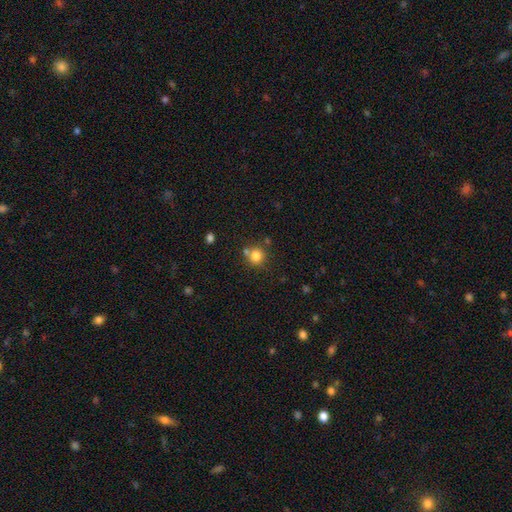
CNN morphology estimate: Smooth or featured: smooth — 80% (star or artifact — 12%)
How rounded: round — 90% (in between — 9%)
Merging: none — 66% (merger — 20%)